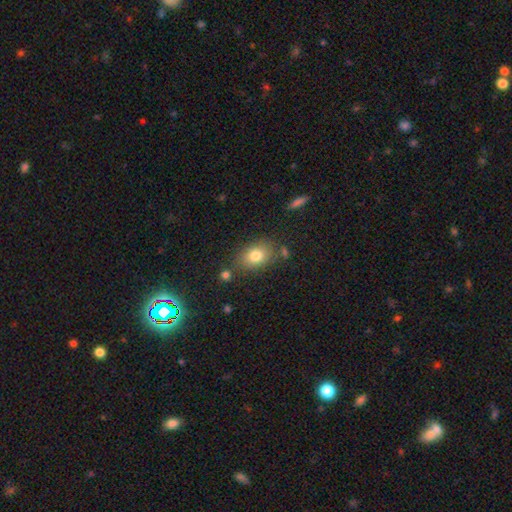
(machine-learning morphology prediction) This appears to be a smooth galaxy with no disk features (80%) that is in between round and cigar-shaped (73%). Merging: none (75%).